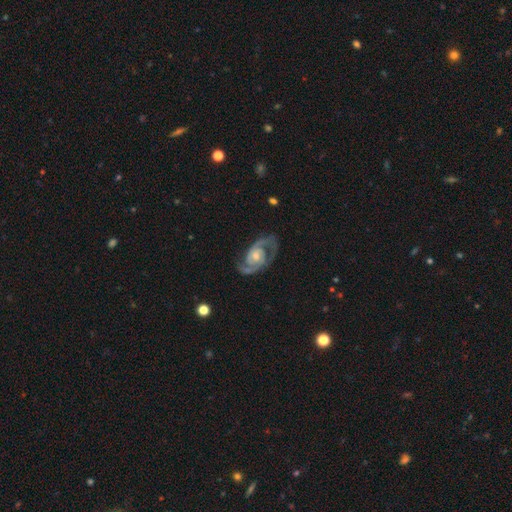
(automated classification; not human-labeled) Morphology: type=featured or disk (90%); edge-on=no (97%); bar=no (63%); spiral arms=yes (97%); winding=medium (55%); arm count=2 (91%); bulge=moderate (49%); merging=none (75%).